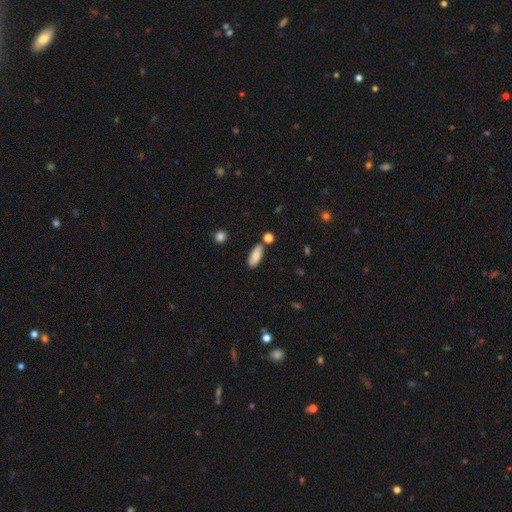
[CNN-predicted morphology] Overall: smooth (83%). How rounded: in between (75%). Merging: none (77%).